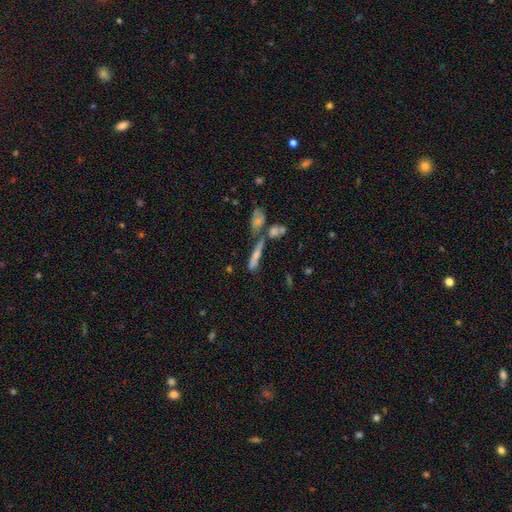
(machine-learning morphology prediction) smooth-or-featured: smooth: 56% | featured or disk: 34% | star or artifact: 10%
  how-rounded: cigar-shaped: 79% | in between: 17% | round: 4%
  merging: none: 48% | merger: 32% | minor disturbance: 14% | major disturbance: 7%